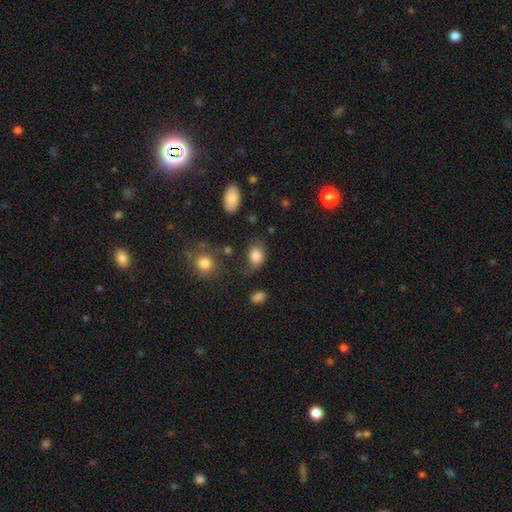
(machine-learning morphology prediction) This is clearly a smooth galaxy (81%). How rounded: likely in between (68%). Merging: possibly none (52%).